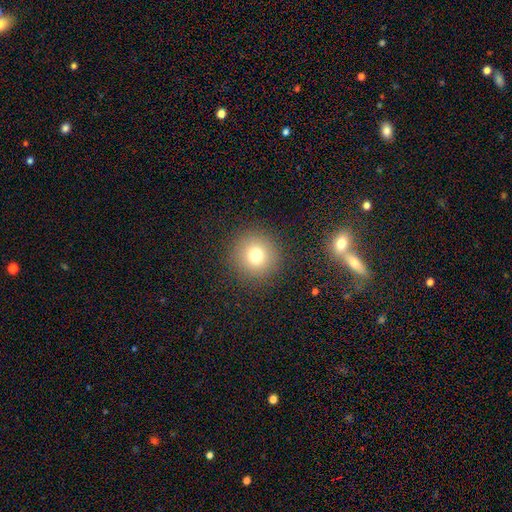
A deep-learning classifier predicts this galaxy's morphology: This is likely a smooth galaxy (75%). How rounded: clearly round (95%). Merging: clearly none (90%).